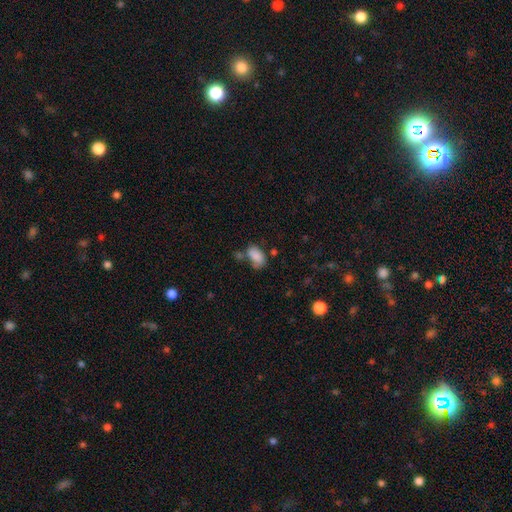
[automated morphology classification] The model was most divided on "merging": none: 48%, minor disturbance: 23%, merger: 19%, major disturbance: 10%. More confident: how rounded — in between (92%); smooth or featured — smooth (84%).